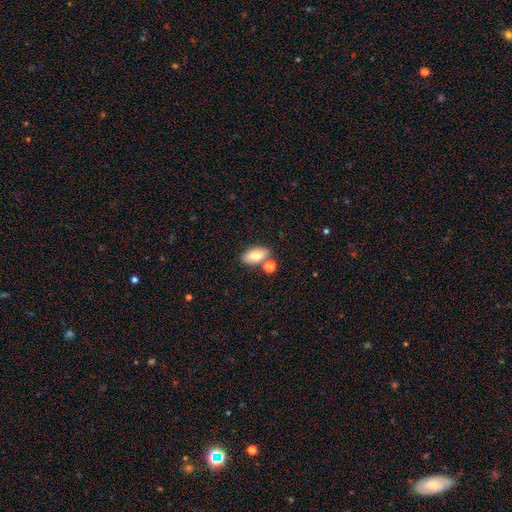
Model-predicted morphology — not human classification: Smooth or featured? smooth (76%)
How rounded? in between (89%)
Merging? none (69%)